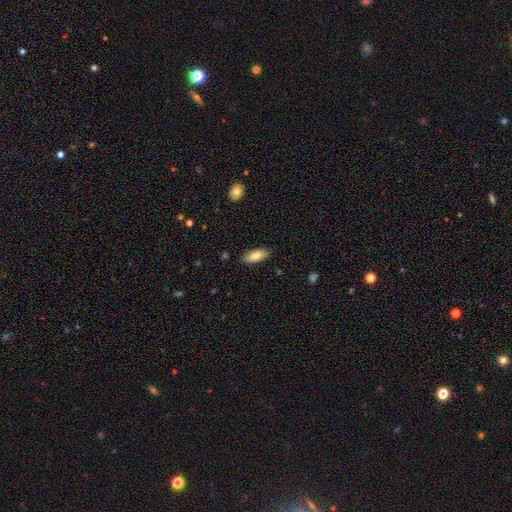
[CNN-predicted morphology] A smooth galaxy with no disk features (80%) that is in between round and cigar-shaped (86%). Merging: none (86%).